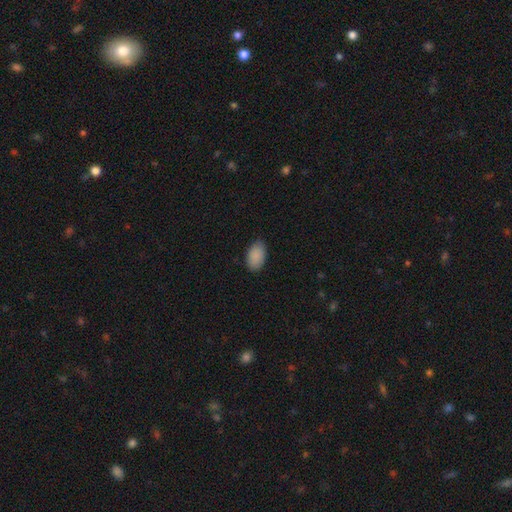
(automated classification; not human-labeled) Smooth or featured?
  - smooth: 89% *
  - star or artifact: 7%
  - featured or disk: 4%
How rounded?
  - in between: 93% *
  - round: 5%
  - cigar-shaped: 1%
Merging?
  - none: 81% *
  - minor disturbance: 15%
  - major disturbance: 2%
  - merger: 1%